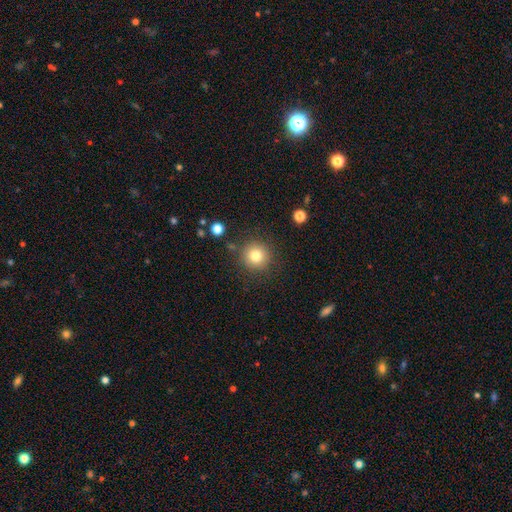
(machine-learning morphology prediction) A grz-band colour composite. It shows a smooth galaxy with no disk features (79%) that is round (95%). Merging: none (87%).